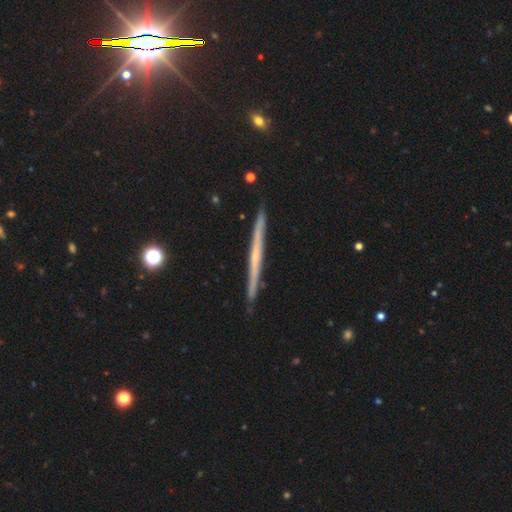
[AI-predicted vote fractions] Morphology: type=featured or disk (66%); edge-on=yes (98%); edge-on bulge=none (75%); merging=none (91%).